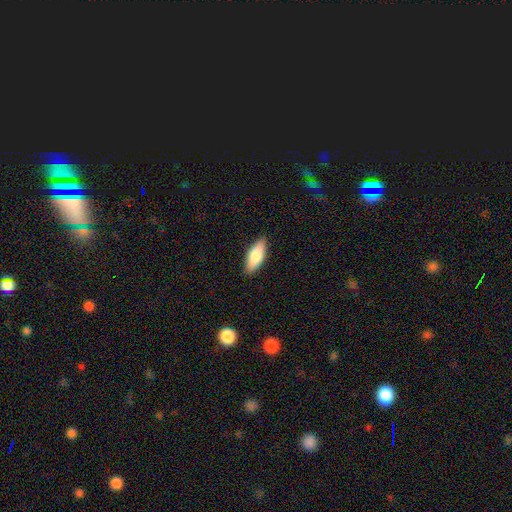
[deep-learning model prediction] Smooth or featured? smooth (80%)
How rounded? in between (73%)
Merging? none (88%)